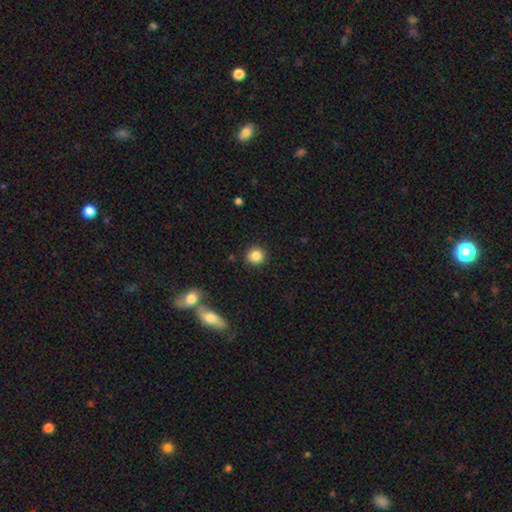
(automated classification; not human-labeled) The model was most divided on "smooth or featured": smooth: 85%, star or artifact: 10%, featured or disk: 5%. More confident: how rounded — round (90%); merging — none (89%).